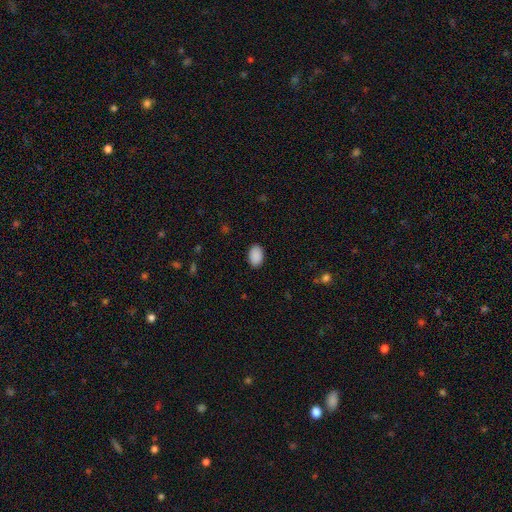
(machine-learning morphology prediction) Smooth or featured: smooth — 90% (star or artifact — 7%)
How rounded: in between — 88% (round — 11%)
Merging: none — 89% (minor disturbance — 8%)